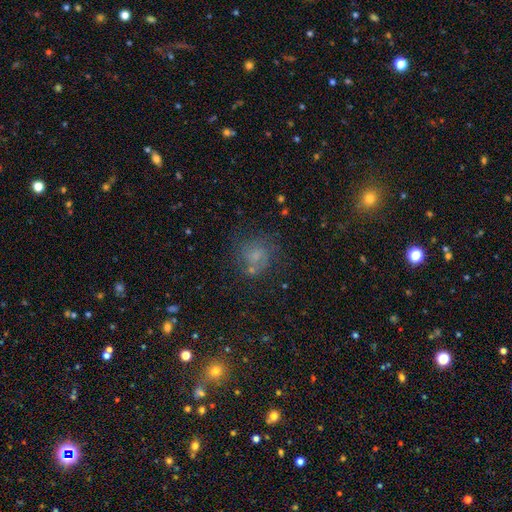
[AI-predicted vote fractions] smooth 46%, featured or disk 34%, star or artifact 20%. Down the decision tree: merging — none (62%).